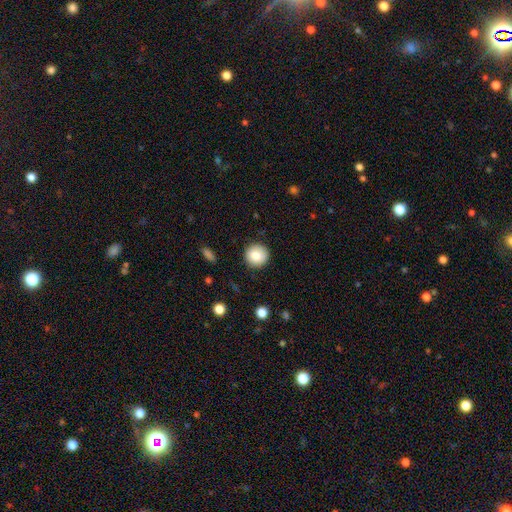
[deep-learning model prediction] Smooth or featured?
  - smooth: 82% *
  - featured or disk: 9%
  - star or artifact: 8%
How rounded?
  - round: 95% *
  - in between: 4%
  - cigar-shaped: 1%
Merging?
  - none: 91% *
  - minor disturbance: 6%
  - major disturbance: 2%
  - merger: 1%